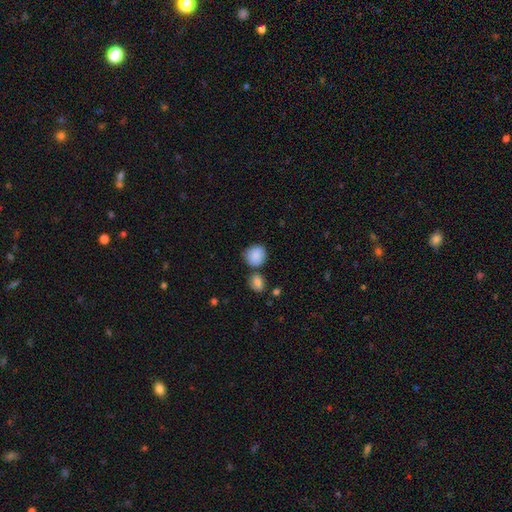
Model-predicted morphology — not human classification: smooth-or-featured: smooth: 86% | star or artifact: 7% | featured or disk: 6%
  how-rounded: round: 75% | in between: 24% | cigar-shaped: 1%
  merging: none: 64% | merger: 16% | minor disturbance: 16% | major disturbance: 4%